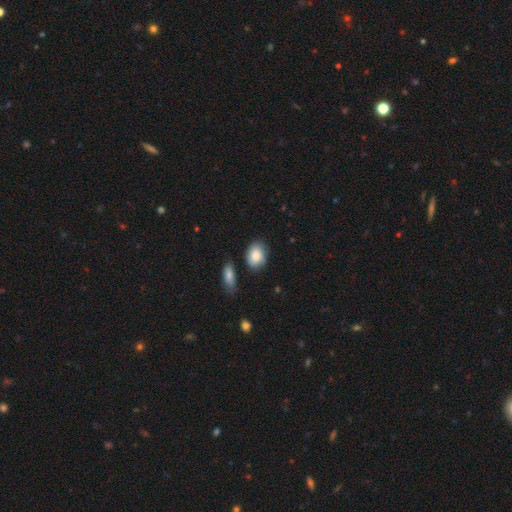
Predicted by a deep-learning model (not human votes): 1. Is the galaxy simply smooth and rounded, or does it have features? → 84% smooth, 10% featured or disk, 7% star or artifact.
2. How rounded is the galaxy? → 74% in between, 25% round, 1% cigar-shaped.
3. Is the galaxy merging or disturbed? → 69% none, 21% minor disturbance, 5% merger, 4% major disturbance.